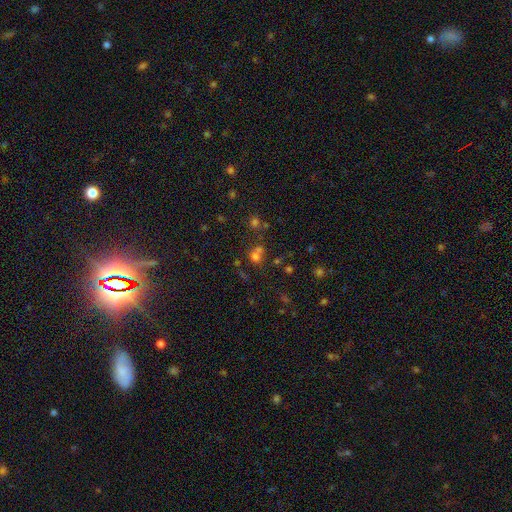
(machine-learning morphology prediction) A smooth galaxy with no disk features (62%) that is round (82%).

Vote fractions:
- Smooth or featured? smooth: 62% / star or artifact: 26% / featured or disk: 12%
- How rounded? round: 82% / in between: 17% / cigar-shaped: 1%
- Merging? none: 49% / merger: 39% / minor disturbance: 8% / major disturbance: 4%